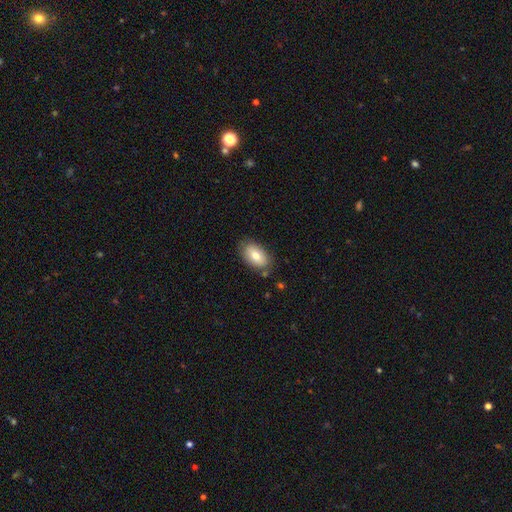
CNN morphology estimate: This appears to be a smooth galaxy with no disk features (75%) that is in between round and cigar-shaped (92%). Merging: none (80%).